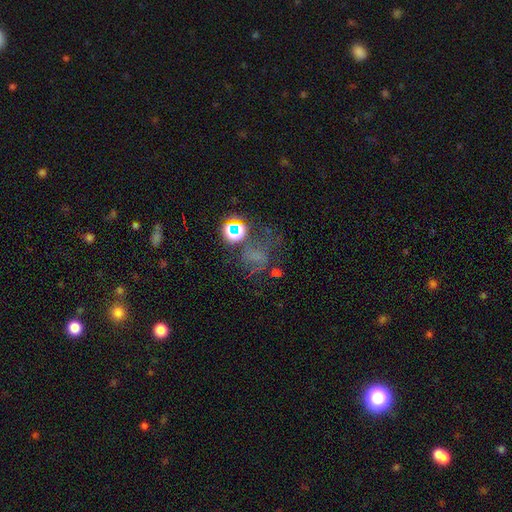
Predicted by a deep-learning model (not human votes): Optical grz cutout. It shows a star or artifact, not a galaxy (43%).